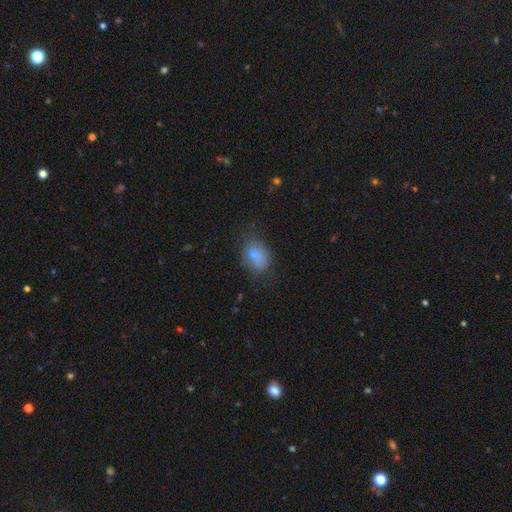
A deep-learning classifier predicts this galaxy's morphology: A smooth galaxy with no disk features (74%) that is in between round and cigar-shaped (74%). Merging: none (54%).